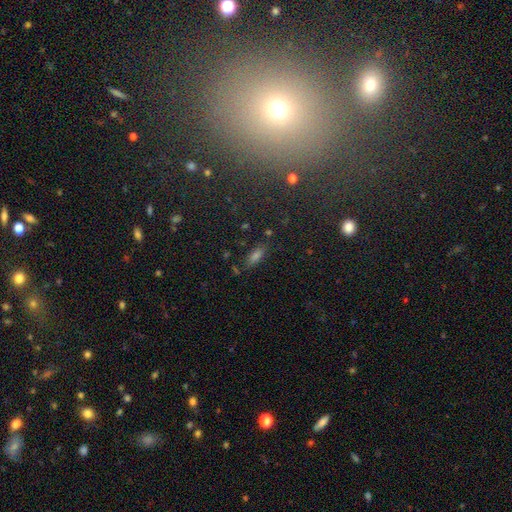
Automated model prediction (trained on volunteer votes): Overall: smooth (65%). How rounded: in between (70%). Merging: none (81%).